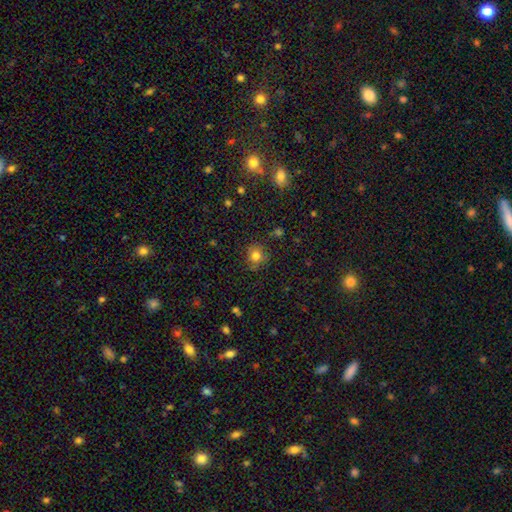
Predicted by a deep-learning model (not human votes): Q: Smooth or featured?
A: smooth (79%); runner-up: star or artifact (14%)
Q: How rounded?
A: round (85%); runner-up: in between (14%)
Q: Merging?
A: none (78%); runner-up: minor disturbance (15%)